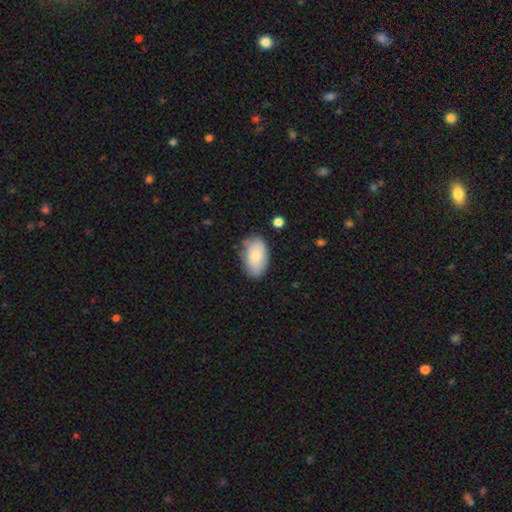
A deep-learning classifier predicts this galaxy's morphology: type=smooth (76%); roundness=in between (93%); merging=none (74%).